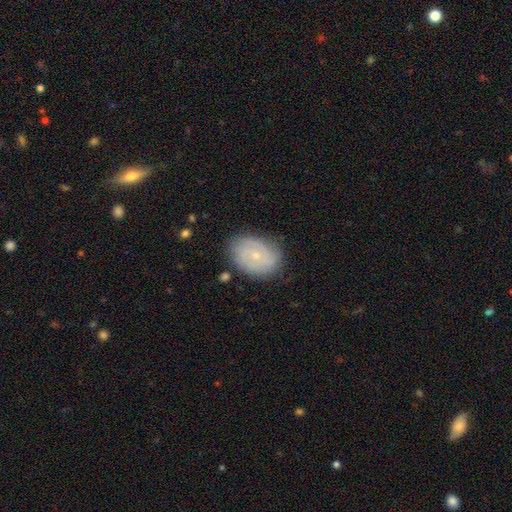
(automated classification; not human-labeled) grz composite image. It shows a featured or disk galaxy (60%) with no bar (75%), spiral arms (80%) and a small central bulge (78%). Merging: none (78%).